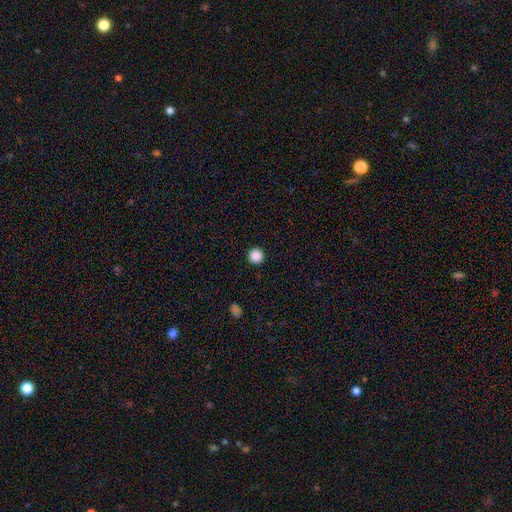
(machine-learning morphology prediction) type=smooth (88%); roundness=round (97%); merging=none (94%).